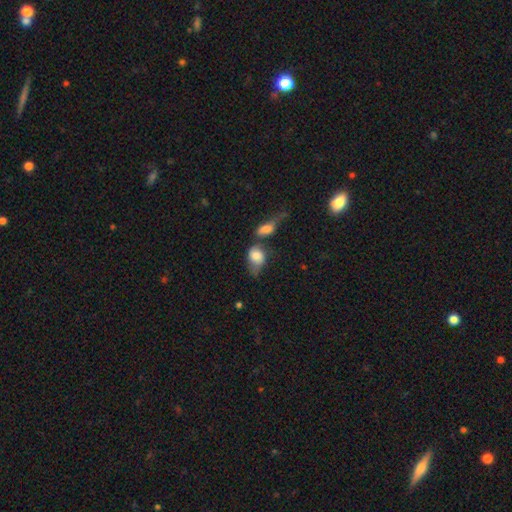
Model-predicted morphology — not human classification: Smooth or featured? smooth (76%)
How rounded? in between (68%)
Merging? merger (40%)